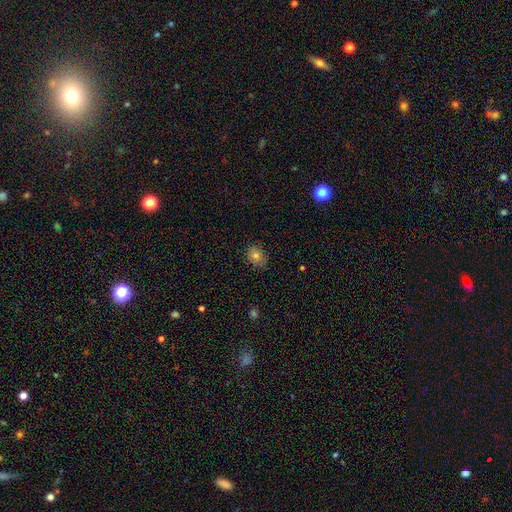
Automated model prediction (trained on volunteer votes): smooth_or_featured: smooth (p=0.75) [alt: star or artifact p=0.13]
how_rounded: round (p=0.50) [alt: in between p=0.49]
merging: none (p=0.82) [alt: minor disturbance p=0.14]